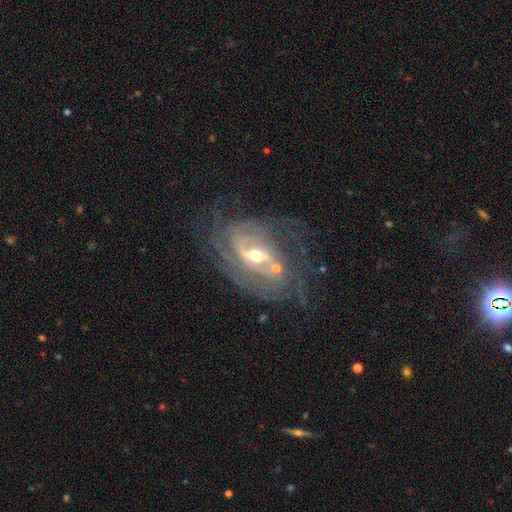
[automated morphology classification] A featured or disk galaxy (86%) with a weak bar (43%), tight (52%) spiral arms (90%) and a moderate central bulge (57%).

Vote fractions:
- Smooth or featured? featured or disk: 86% / smooth: 8% / star or artifact: 7%
- Edge-on disk? no: 95% / yes: 5%
- Bar? weak: 43% / no: 30% / strong: 27%
- Spiral arms? yes: 90% / no: 10%
- Spiral winding? tight: 52% / medium: 34% / loose: 14%
- Spiral arm count? can't tell: 37% / 2: 28% / 3: 16% / 4: 8% / 1: 6% / more than 4: 6%
- Bulge size? moderate: 57% / small: 38% / large: 3% / none: 1% / dominant: 1%
- Merging? none: 56% / minor disturbance: 20% / major disturbance: 17% / merger: 7%